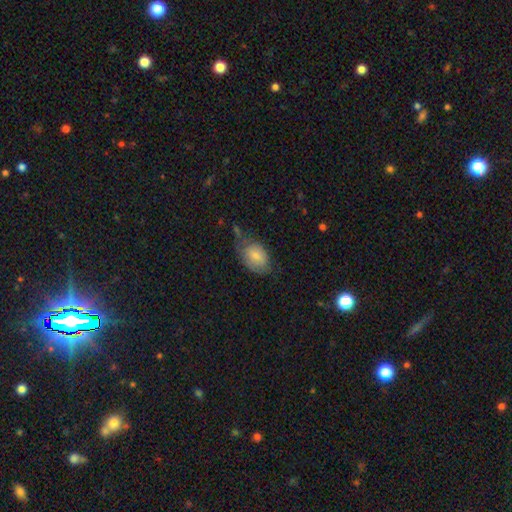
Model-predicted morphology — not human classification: Smooth or featured? Predicted: smooth (p=0.74). How rounded? Predicted: in between (p=0.85). Merging? Predicted: none (p=0.44).